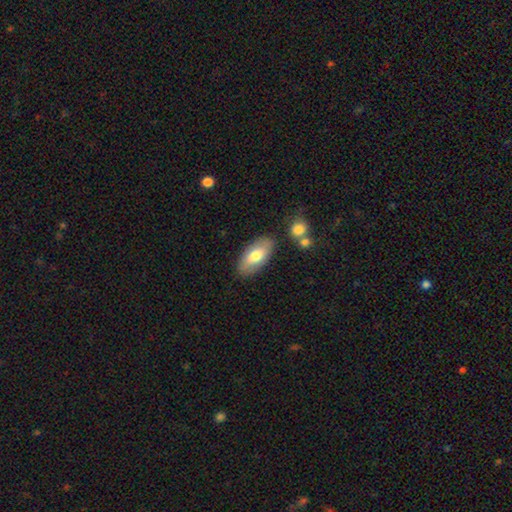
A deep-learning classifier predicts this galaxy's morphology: A smooth galaxy with no disk features (71%) that is in between round and cigar-shaped (90%). Merging: none (81%).